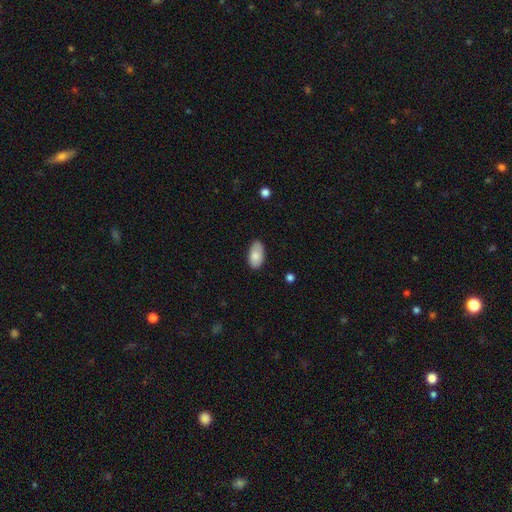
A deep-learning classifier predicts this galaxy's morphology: A smooth galaxy with no disk features (82%) that is in between round and cigar-shaped (95%). Merging: none (77%).